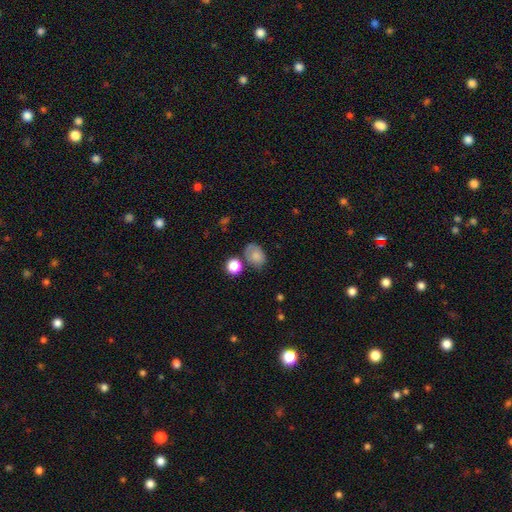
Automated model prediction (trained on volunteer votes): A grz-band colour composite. It shows a smooth galaxy with no disk features (74%) that is in between round and cigar-shaped (73%). Merging: none (56%).